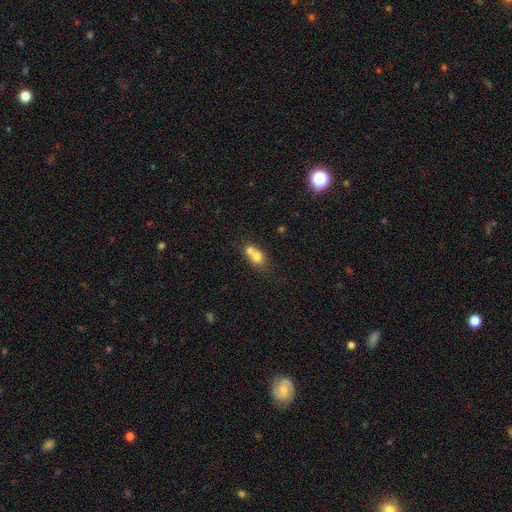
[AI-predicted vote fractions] smooth 72%, featured or disk 18%, star or artifact 10%. Down the decision tree: how rounded — round (51%); merging — merger (63%).